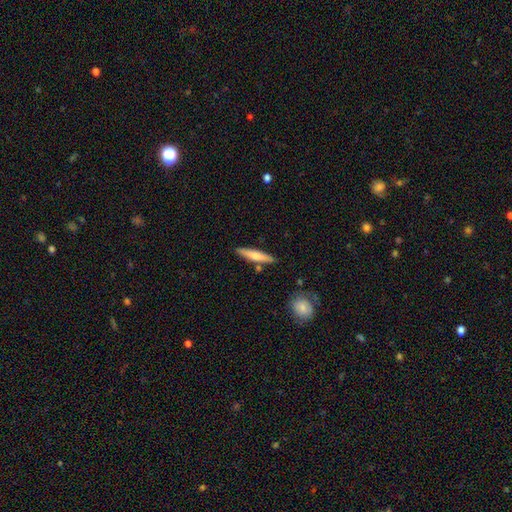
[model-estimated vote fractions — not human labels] Q: Smooth or featured?
A: smooth (66%); runner-up: featured or disk (28%)
Q: How rounded?
A: cigar-shaped (87%); runner-up: in between (11%)
Q: Merging?
A: none (83%); runner-up: minor disturbance (10%)